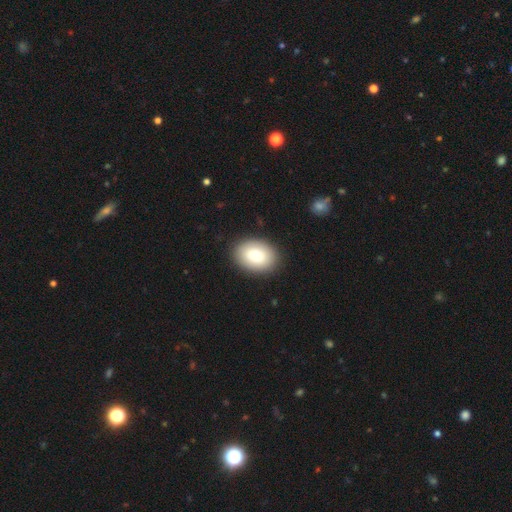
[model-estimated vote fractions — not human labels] This appears to be a smooth galaxy with no disk features (79%) that is in between round and cigar-shaped (69%). Merging: none (90%).